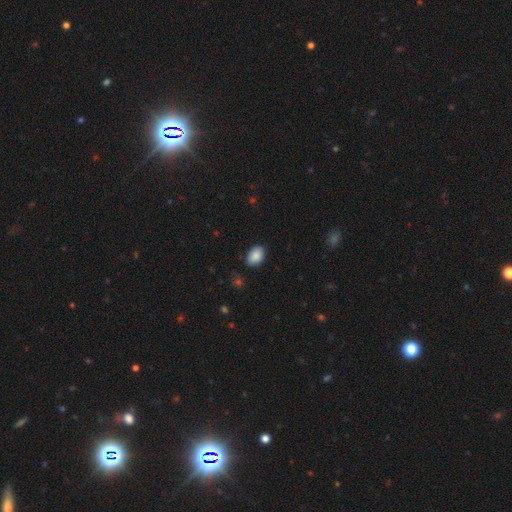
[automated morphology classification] smooth_or_featured: smooth (p=0.87) [alt: star or artifact p=0.08]
how_rounded: in between (p=0.84) [alt: round p=0.15]
merging: none (p=0.83) [alt: minor disturbance p=0.13]